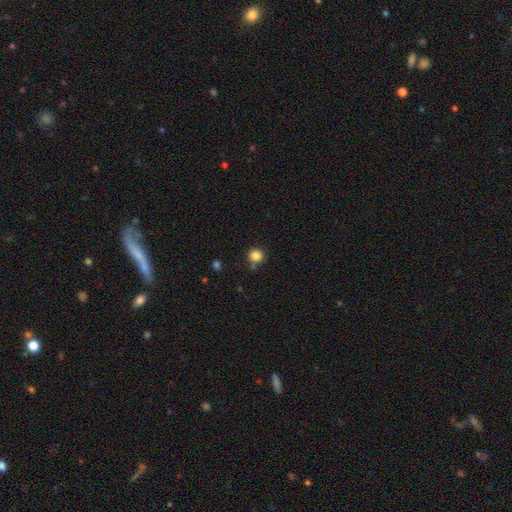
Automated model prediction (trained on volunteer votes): This appears to be a smooth galaxy with no disk features (84%) that is round (90%). Merging: none (80%).